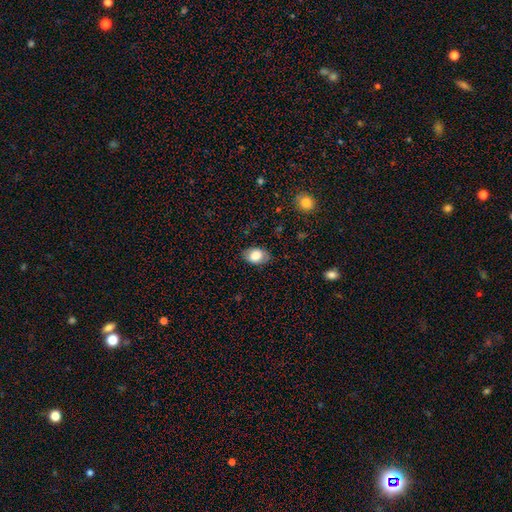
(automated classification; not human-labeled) Q: Smooth or featured?
A: smooth (77%); runner-up: featured or disk (16%)
Q: How rounded?
A: in between (87%); runner-up: round (12%)
Q: Merging?
A: none (83%); runner-up: minor disturbance (13%)